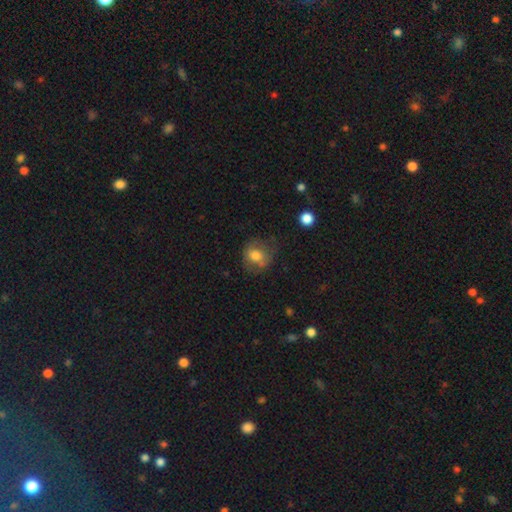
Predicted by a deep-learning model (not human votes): smooth 68%, featured or disk 23%, star or artifact 9%. Down the decision tree: how rounded — round (71%); merging — none (60%).